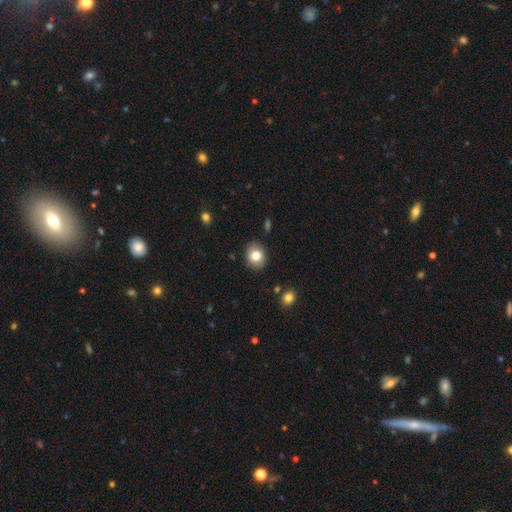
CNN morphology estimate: Smooth or featured: smooth — 80% (featured or disk — 11%)
How rounded: round — 50% (in between — 49%)
Merging: none — 87% (minor disturbance — 10%)